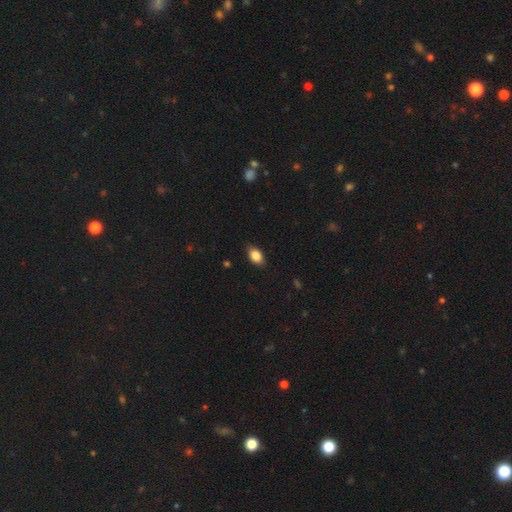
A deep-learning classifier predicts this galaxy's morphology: smooth 86%, star or artifact 8%, featured or disk 6%. Down the decision tree: how rounded — in between (85%); merging — none (84%).